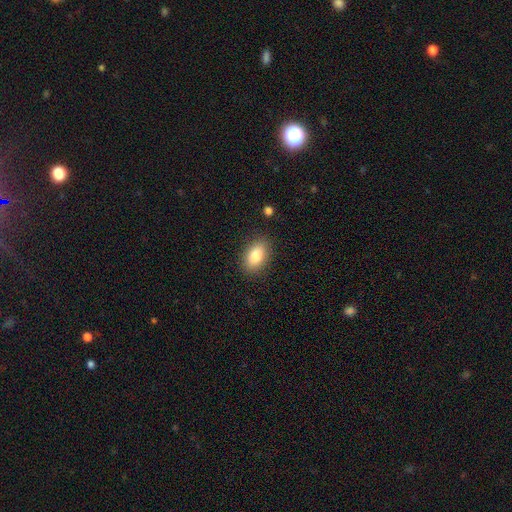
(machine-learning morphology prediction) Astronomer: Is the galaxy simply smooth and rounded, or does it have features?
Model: smooth — 83%.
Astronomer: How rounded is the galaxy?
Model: in between — 89%.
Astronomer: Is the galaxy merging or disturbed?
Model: none — 87%.